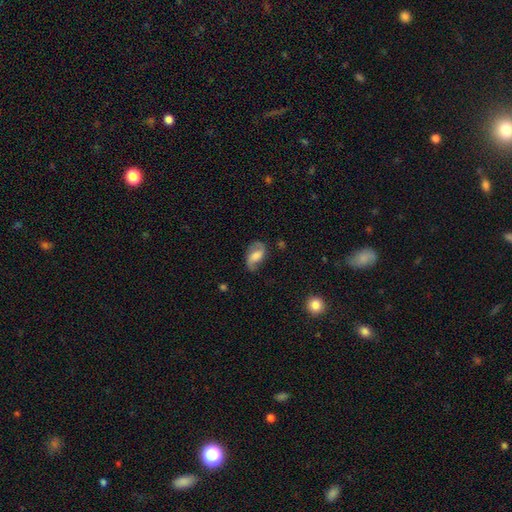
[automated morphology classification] This appears to be a featured or disk galaxy (64%) with a weak bar (44%), 2 (88%) loose (50%) spiral arms (92%) and a moderate central bulge (35%). Merging: none (71%).